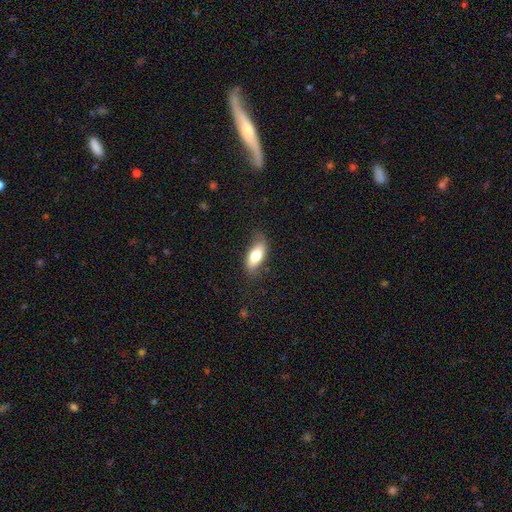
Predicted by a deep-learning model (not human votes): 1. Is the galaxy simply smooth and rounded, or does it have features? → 74% smooth, 20% featured or disk, 6% star or artifact.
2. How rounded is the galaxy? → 84% in between, 13% cigar-shaped, 3% round.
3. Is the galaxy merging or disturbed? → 70% none, 22% minor disturbance, 6% major disturbance, 1% merger.